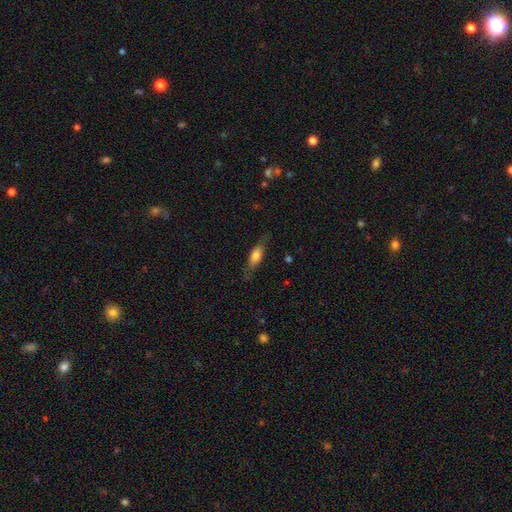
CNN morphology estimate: This is likely a smooth galaxy (62%). How rounded: possibly in between (55%). Merging: likely none (74%).